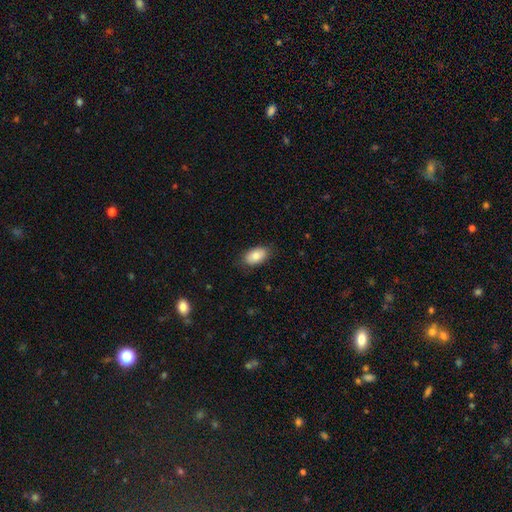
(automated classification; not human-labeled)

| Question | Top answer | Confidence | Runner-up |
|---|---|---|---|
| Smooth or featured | smooth | 80% | featured or disk (13%) |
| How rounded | in between | 92% | round (6%) |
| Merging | none | 82% | minor disturbance (14%) |